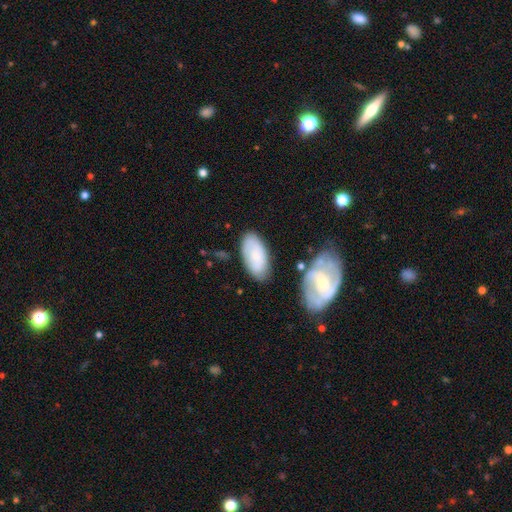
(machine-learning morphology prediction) A smooth galaxy with no disk features (68%) that is in between round and cigar-shaped (93%).

Vote fractions:
- Smooth or featured? smooth: 68% / featured or disk: 26% / star or artifact: 6%
- How rounded? in between: 93% / cigar-shaped: 4% / round: 3%
- Merging? none: 70% / minor disturbance: 18% / merger: 8% / major disturbance: 5%